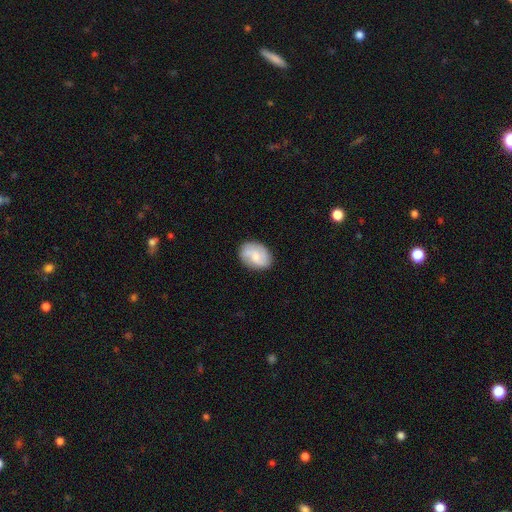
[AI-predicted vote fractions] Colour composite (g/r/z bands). It shows a smooth galaxy with no disk features (56%) that is in between round and cigar-shaped (73%). Merging: none (78%).